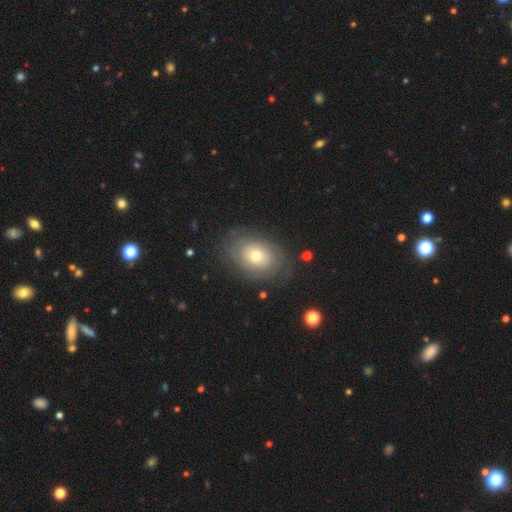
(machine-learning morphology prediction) Smooth or featured: featured or disk — 51% (smooth — 41%)
Edge-on disk: no — 94% (yes — 6%)
Merging: none — 75% (minor disturbance — 16%)